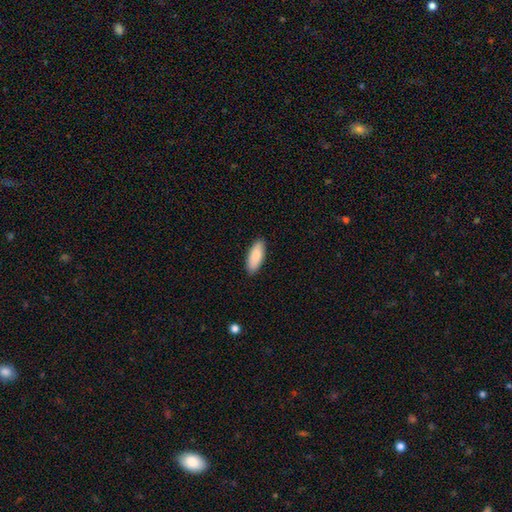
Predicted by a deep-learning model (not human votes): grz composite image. It shows a smooth galaxy with no disk features (87%) that is in between round and cigar-shaped (76%). Merging: none (90%).